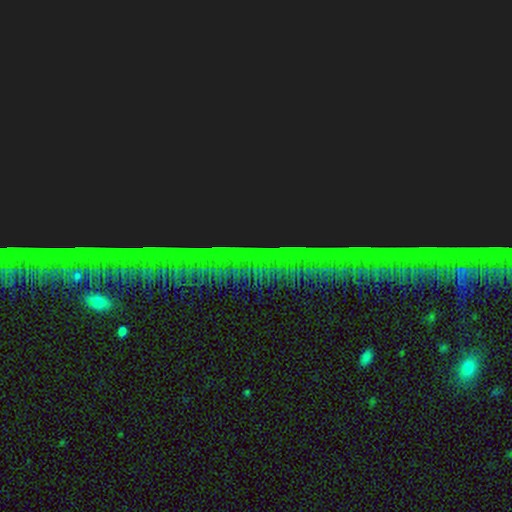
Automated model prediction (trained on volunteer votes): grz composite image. It shows a star or artifact, not a galaxy (88%).